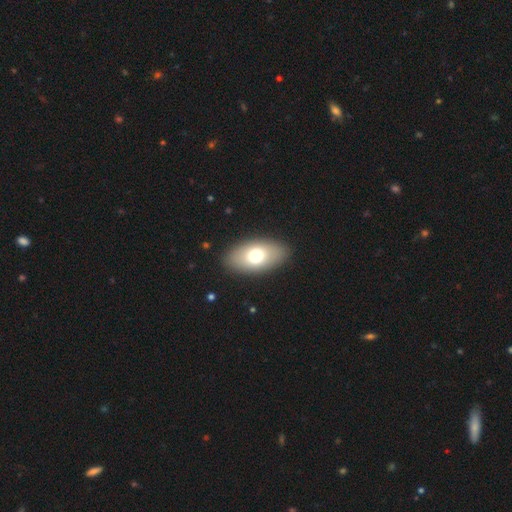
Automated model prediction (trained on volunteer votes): smooth_or_featured: smooth (p=0.72) [alt: featured or disk p=0.21]
how_rounded: in between (p=0.92) [alt: round p=0.06]
merging: none (p=0.89) [alt: minor disturbance p=0.08]